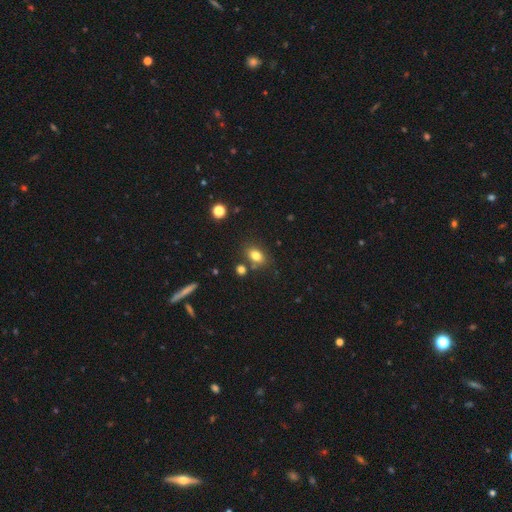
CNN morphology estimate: A smooth galaxy with no disk features (79%) that is in between round and cigar-shaped (75%). Merging: none (73%).